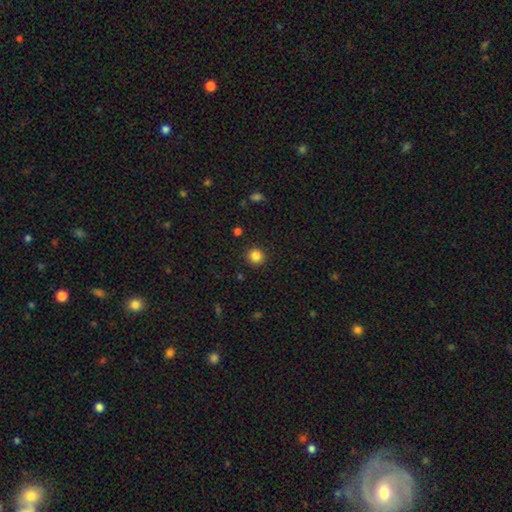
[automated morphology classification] smooth-or-featured: smooth: 85% | star or artifact: 11% | featured or disk: 4%
  how-rounded: round: 93% | in between: 6% | cigar-shaped: 1%
  merging: none: 92% | minor disturbance: 5% | major disturbance: 2% | merger: 1%